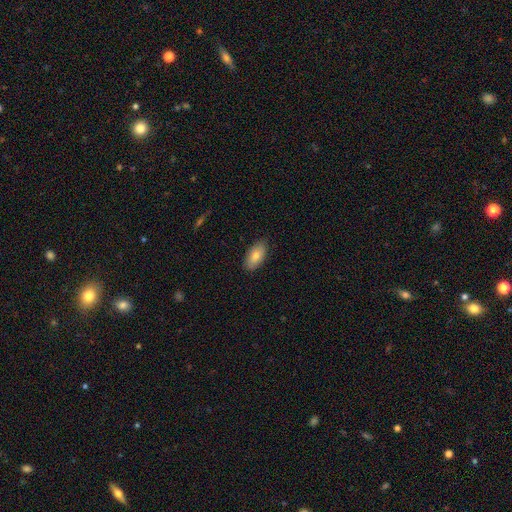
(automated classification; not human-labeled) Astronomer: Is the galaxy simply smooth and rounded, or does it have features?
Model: smooth — 79%.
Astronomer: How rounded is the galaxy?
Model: in between — 92%.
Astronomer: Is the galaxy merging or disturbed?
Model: none — 87%.